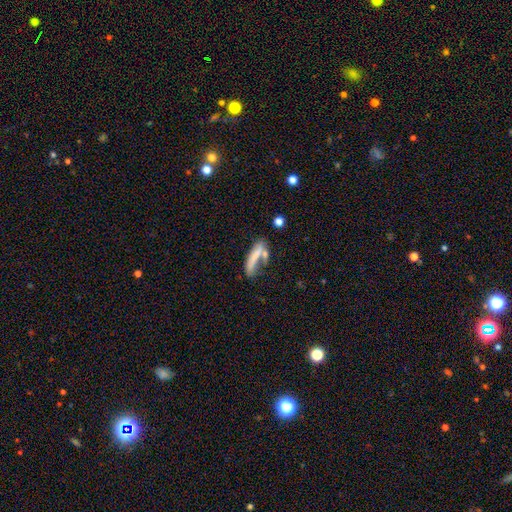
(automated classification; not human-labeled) This is likely a smooth galaxy (68%). How rounded: likely cigar-shaped (75%). Merging: marginally none (40%).